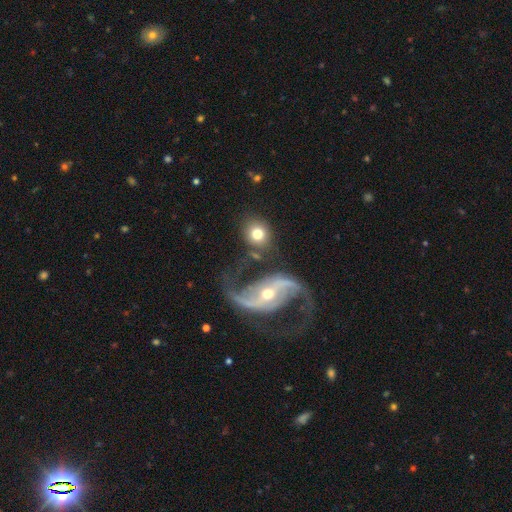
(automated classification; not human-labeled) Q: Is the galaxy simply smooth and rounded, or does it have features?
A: featured or disk — 83%.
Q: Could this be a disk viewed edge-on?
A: no — 97%.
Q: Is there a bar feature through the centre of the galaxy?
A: strong — 37%.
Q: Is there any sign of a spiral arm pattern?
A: yes — 94%.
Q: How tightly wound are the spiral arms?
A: loose — 70%.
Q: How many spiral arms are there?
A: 2 — 93%.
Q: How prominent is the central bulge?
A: moderate — 54%.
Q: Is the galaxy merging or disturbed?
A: none — 62%.